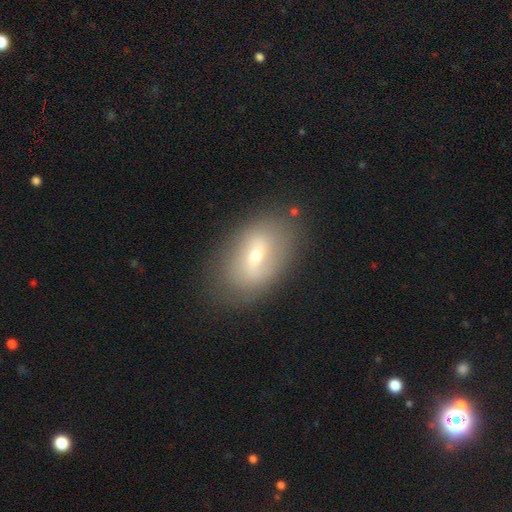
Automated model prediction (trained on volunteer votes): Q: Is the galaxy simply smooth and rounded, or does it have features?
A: featured or disk — 49%.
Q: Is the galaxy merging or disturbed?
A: none — 79%.